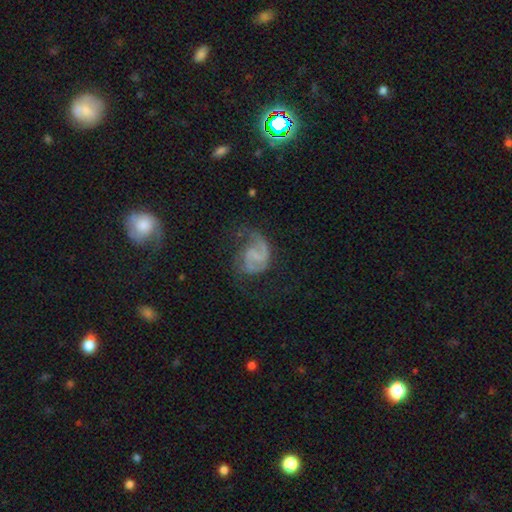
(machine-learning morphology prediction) Smooth or featured: featured or disk — 80% (smooth — 13%)
Edge-on disk: no — 98% (yes — 2%)
Bar: weak — 47% (no — 40%)
Spiral arms: yes — 93% (no — 7%)
Spiral winding: medium — 48% (loose — 32%)
Spiral arm count: 2 — 70% (1 — 19%)
Bulge size: small — 45% (none — 41%)
Merging: none — 48% (major disturbance — 27%)